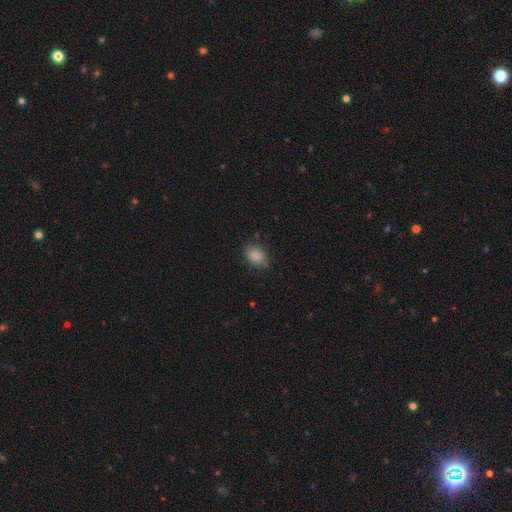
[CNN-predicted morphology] A smooth galaxy with no disk features (87%) that is in between round and cigar-shaped (67%). Merging: none (78%).